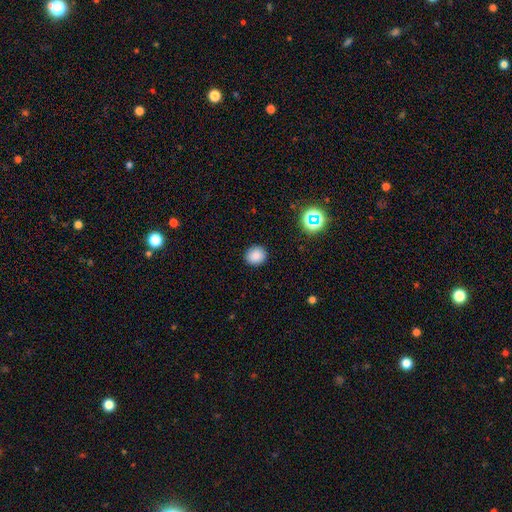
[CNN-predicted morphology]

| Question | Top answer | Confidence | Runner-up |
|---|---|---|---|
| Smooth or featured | smooth | 84% | star or artifact (12%) |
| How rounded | round | 83% | in between (16%) |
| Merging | none | 90% | minor disturbance (6%) |